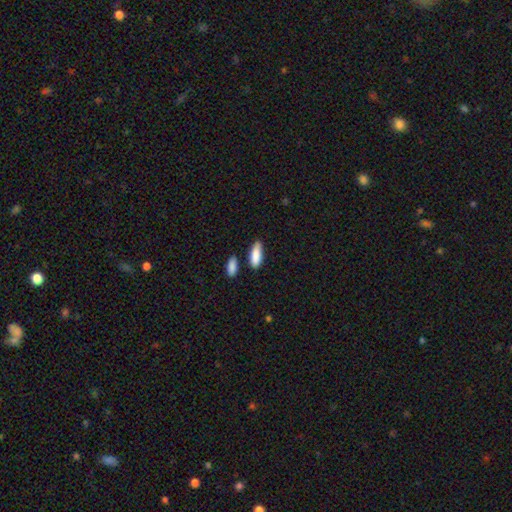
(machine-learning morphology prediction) type=smooth (87%); roundness=in between (74%); merging=none (76%).